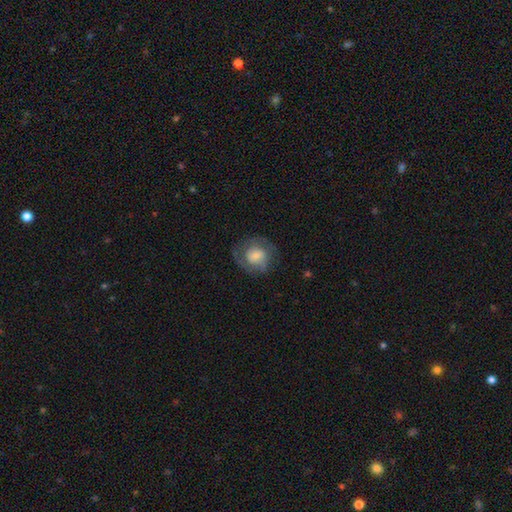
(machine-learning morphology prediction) This appears to be a smooth galaxy with no disk features (50%) that is round (77%). Merging: none (66%).